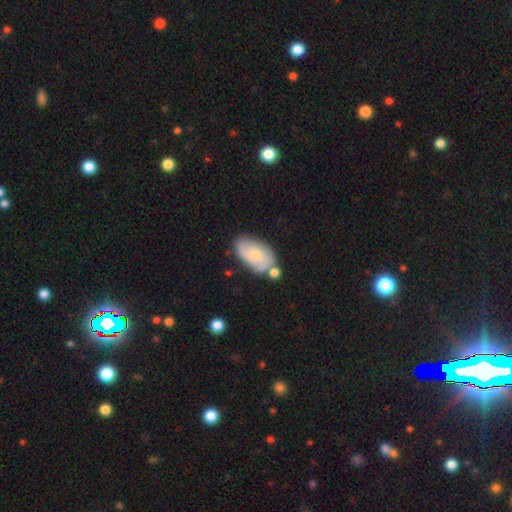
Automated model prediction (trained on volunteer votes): Morphology: type=smooth (51%); roundness=in between (92%); merging=none (50%).